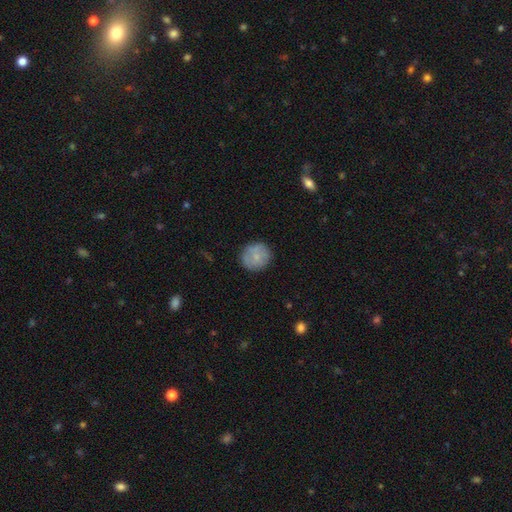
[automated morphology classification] smooth_or_featured: smooth (p=0.73) [alt: featured or disk p=0.19]
how_rounded: round (p=0.90) [alt: in between p=0.09]
merging: none (p=0.80) [alt: minor disturbance p=0.14]